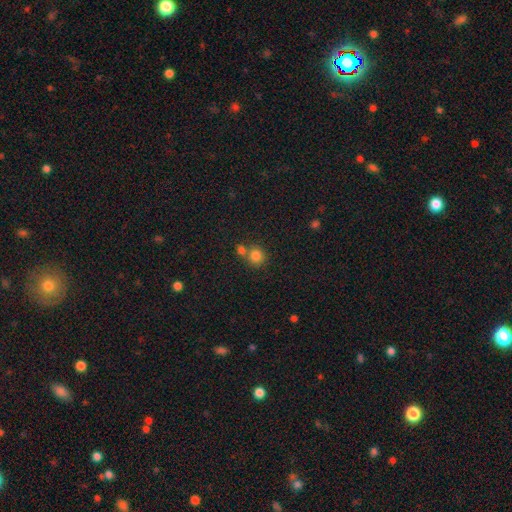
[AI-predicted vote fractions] smooth_or_featured: smooth (p=0.82) [alt: star or artifact p=0.12]
how_rounded: round (p=0.88) [alt: in between p=0.11]
merging: none (p=0.59) [alt: merger p=0.31]